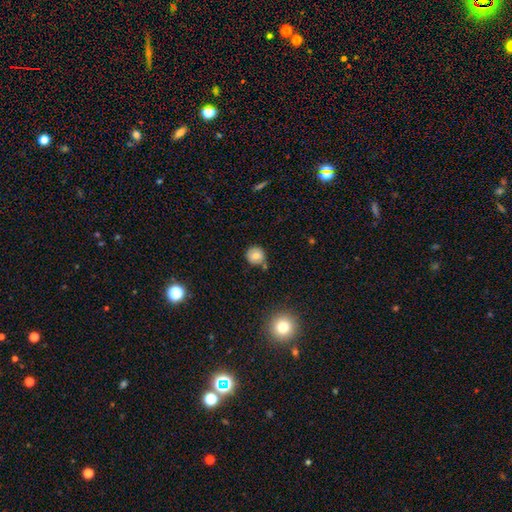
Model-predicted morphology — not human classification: Q: Smooth or featured?
A: smooth (75%); runner-up: featured or disk (14%)
Q: How rounded?
A: round (90%); runner-up: in between (9%)
Q: Merging?
A: none (75%); runner-up: minor disturbance (15%)